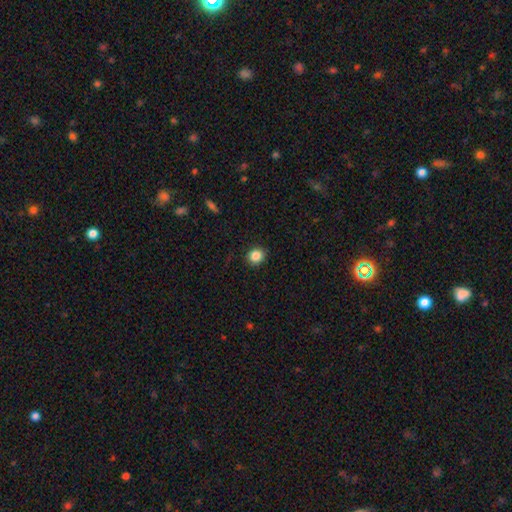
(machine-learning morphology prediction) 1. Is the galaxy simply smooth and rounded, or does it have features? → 85% smooth, 10% star or artifact, 5% featured or disk.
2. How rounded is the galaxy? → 76% round, 23% in between, 1% cigar-shaped.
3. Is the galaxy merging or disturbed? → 90% none, 7% minor disturbance, 2% major disturbance, 1% merger.